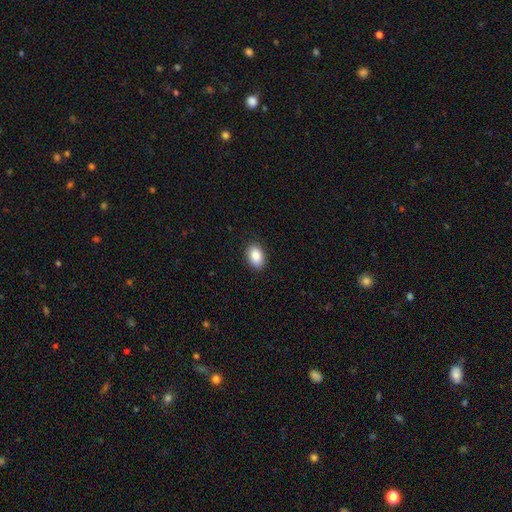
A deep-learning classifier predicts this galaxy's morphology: Smooth or featured? smooth (88%)
How rounded? in between (84%)
Merging? none (89%)